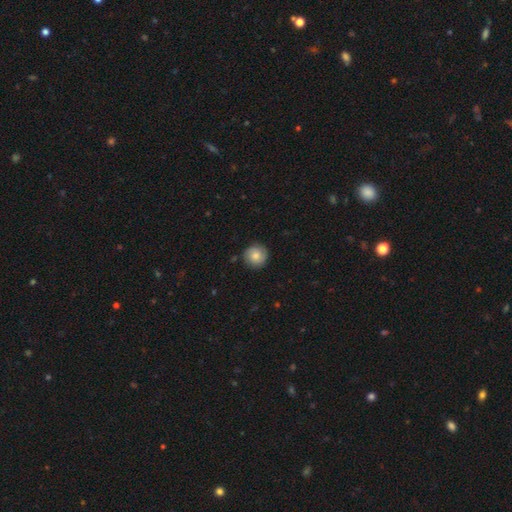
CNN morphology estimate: smooth-or-featured: smooth: 76% | featured or disk: 16% | star or artifact: 8%
  how-rounded: round: 94% | in between: 5% | cigar-shaped: 1%
  merging: none: 87% | minor disturbance: 10% | major disturbance: 2% | merger: 1%